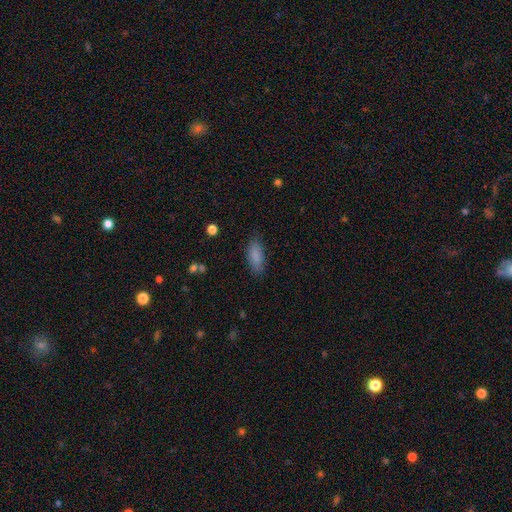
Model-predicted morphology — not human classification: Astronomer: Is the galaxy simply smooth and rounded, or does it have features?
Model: smooth — 87%.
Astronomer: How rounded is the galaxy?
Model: in between — 79%.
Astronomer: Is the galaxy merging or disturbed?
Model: none — 81%.